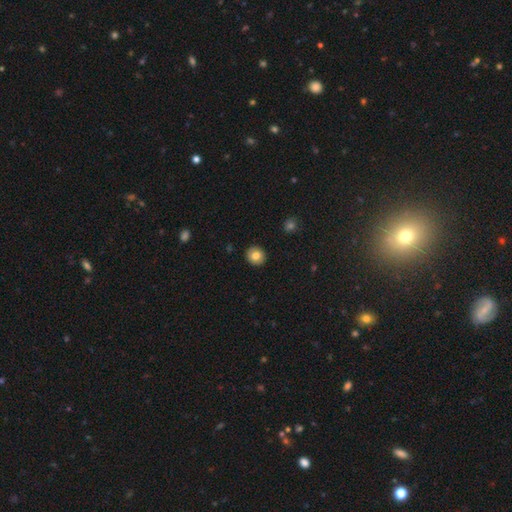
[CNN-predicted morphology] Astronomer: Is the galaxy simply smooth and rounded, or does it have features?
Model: smooth — 81%.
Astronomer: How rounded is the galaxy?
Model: round — 86%.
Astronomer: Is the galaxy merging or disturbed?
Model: none — 92%.